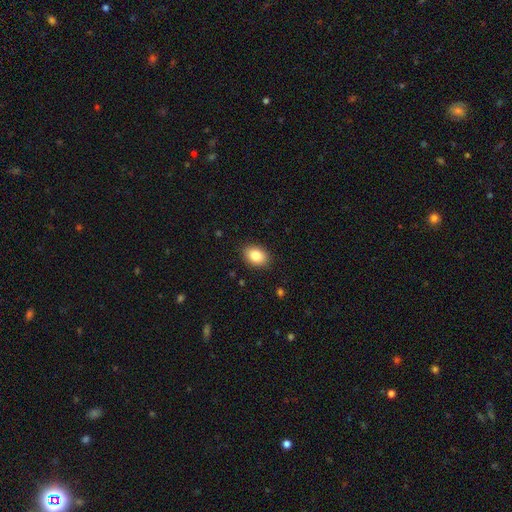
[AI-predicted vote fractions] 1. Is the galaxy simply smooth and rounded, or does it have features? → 84% smooth, 8% star or artifact, 8% featured or disk.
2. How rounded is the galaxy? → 75% in between, 24% round, 1% cigar-shaped.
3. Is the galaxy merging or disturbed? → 88% none, 9% minor disturbance, 2% major disturbance, 1% merger.